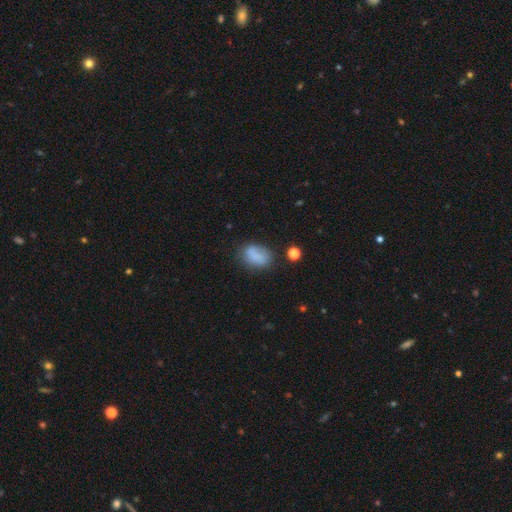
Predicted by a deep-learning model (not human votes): Q: Smooth or featured?
A: smooth (78%); runner-up: featured or disk (12%)
Q: How rounded?
A: in between (81%); runner-up: round (17%)
Q: Merging?
A: none (62%); runner-up: minor disturbance (23%)